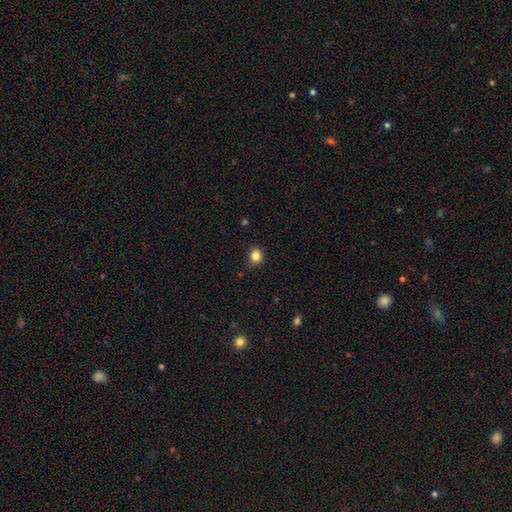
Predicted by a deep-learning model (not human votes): A smooth galaxy with no disk features (84%) that is round (79%). Merging: none (86%).